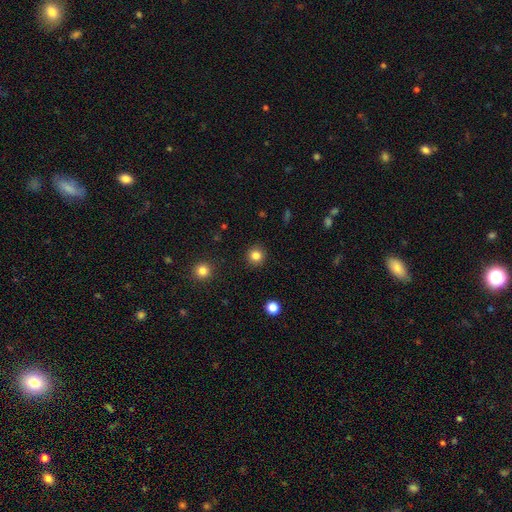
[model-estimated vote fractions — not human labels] The model was most divided on "smooth or featured": smooth: 83%, star or artifact: 12%, featured or disk: 5%. More confident: how rounded — round (94%); merging — none (92%).